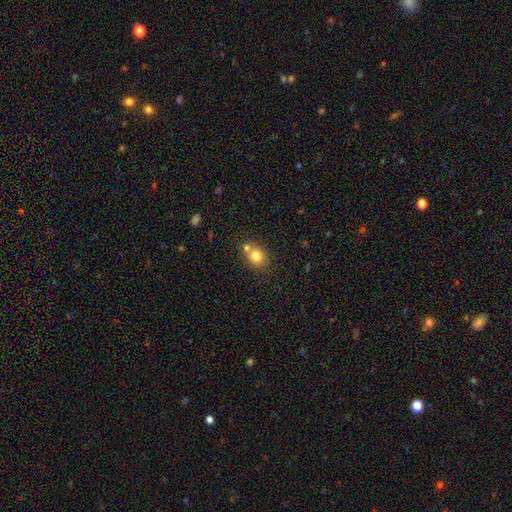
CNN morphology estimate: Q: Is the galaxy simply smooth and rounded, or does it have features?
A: smooth — 77%.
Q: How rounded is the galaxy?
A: round — 68%.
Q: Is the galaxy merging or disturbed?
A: none — 55%.